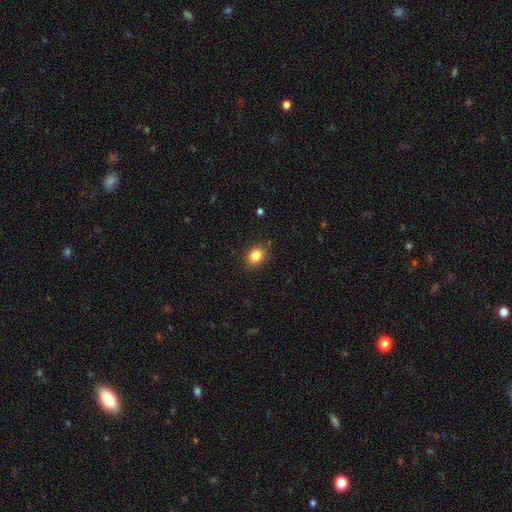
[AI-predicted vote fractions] smooth 85%, star or artifact 10%, featured or disk 5%. Down the decision tree: how rounded — in between (52%); merging — none (87%).